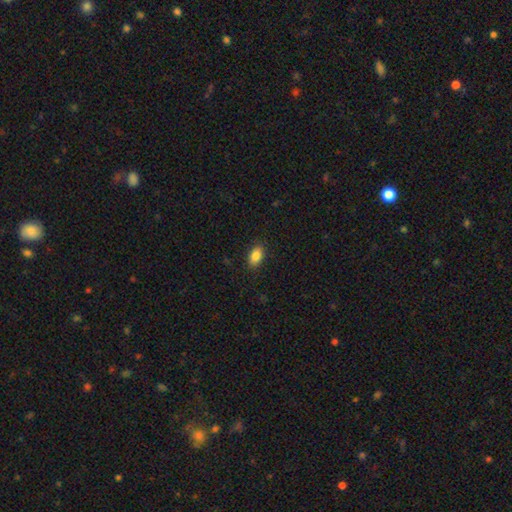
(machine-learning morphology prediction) A smooth galaxy with no disk features (86%) that is in between round and cigar-shaped (90%).

Vote fractions:
- Smooth or featured? smooth: 86% / star or artifact: 8% / featured or disk: 5%
- How rounded? in between: 90% / round: 8% / cigar-shaped: 2%
- Merging? none: 88% / minor disturbance: 9% / major disturbance: 2% / merger: 1%